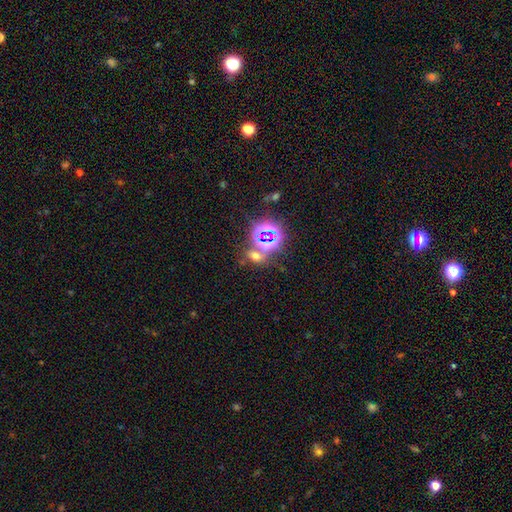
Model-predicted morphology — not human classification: Smooth or featured?
  - star or artifact: 52% *
  - smooth: 36%
  - featured or disk: 12%